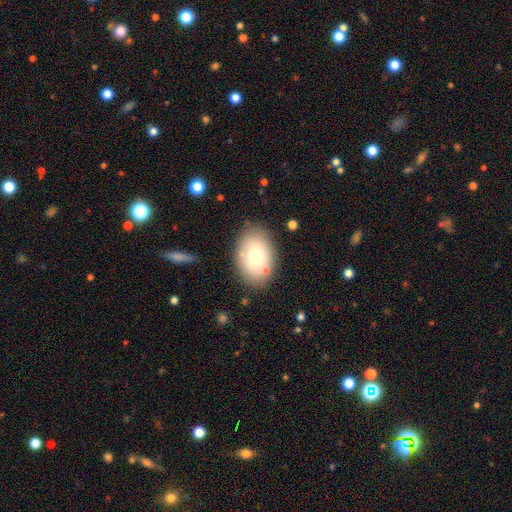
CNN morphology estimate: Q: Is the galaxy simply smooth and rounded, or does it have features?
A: smooth — 67%.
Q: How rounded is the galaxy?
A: in between — 84%.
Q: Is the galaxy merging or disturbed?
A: none — 79%.